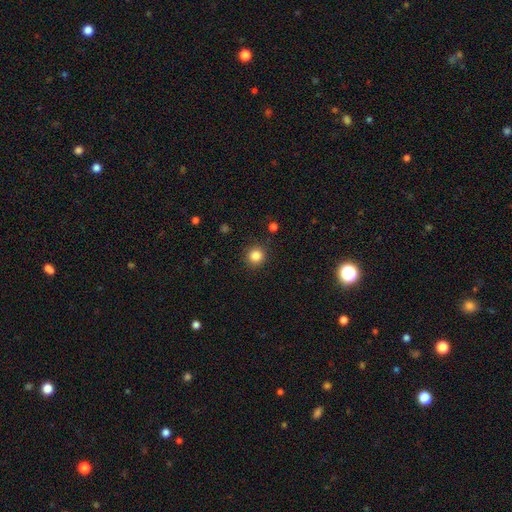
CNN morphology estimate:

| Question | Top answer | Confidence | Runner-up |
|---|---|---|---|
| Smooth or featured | smooth | 85% | star or artifact (11%) |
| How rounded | round | 94% | in between (5%) |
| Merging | none | 91% | minor disturbance (6%) |